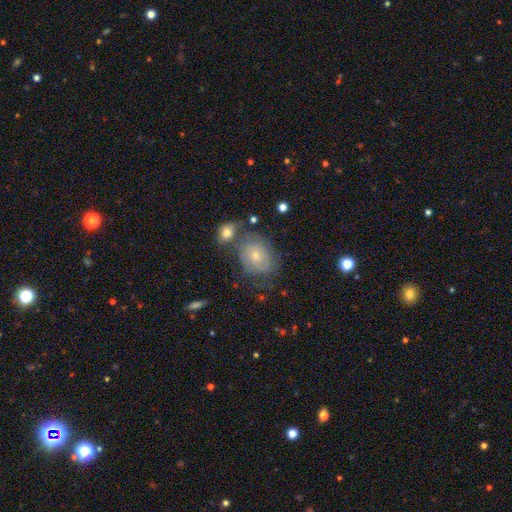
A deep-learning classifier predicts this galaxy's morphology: smooth 50%, featured or disk 40%, star or artifact 10%. Down the decision tree: how rounded — in between (54%); merging — none (55%).